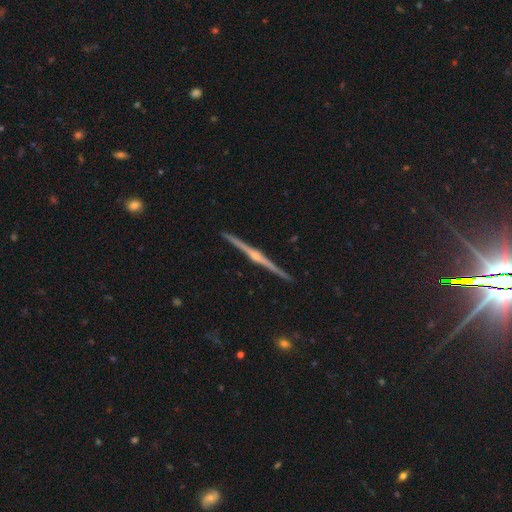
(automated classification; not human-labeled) Overall: featured or disk (88%). Edge-on disk: yes (99%). Edge-on bulge: rounded (86%). Merging: none (94%).